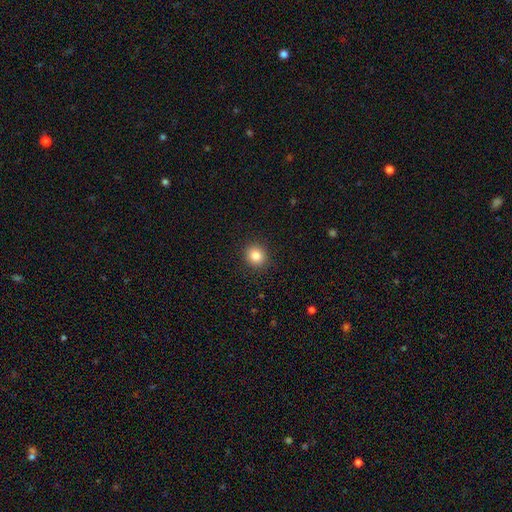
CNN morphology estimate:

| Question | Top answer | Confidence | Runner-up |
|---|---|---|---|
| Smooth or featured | smooth | 83% | star or artifact (11%) |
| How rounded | round | 85% | in between (14%) |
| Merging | none | 91% | minor disturbance (6%) |